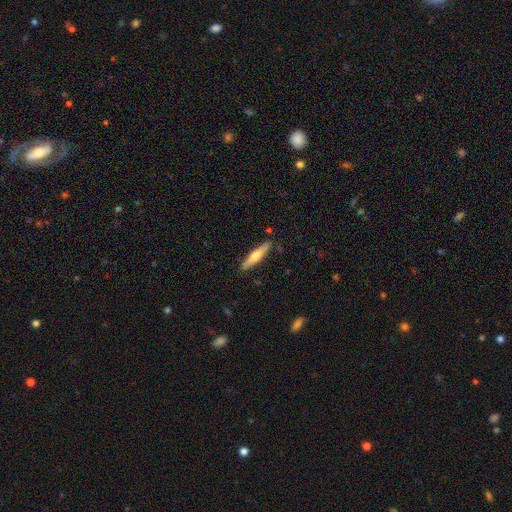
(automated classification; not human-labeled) Q: Smooth or featured?
A: featured or disk (52%); runner-up: smooth (43%)
Q: Edge-on disk?
A: yes (95%); runner-up: no (5%)
Q: Merging?
A: none (89%); runner-up: minor disturbance (8%)